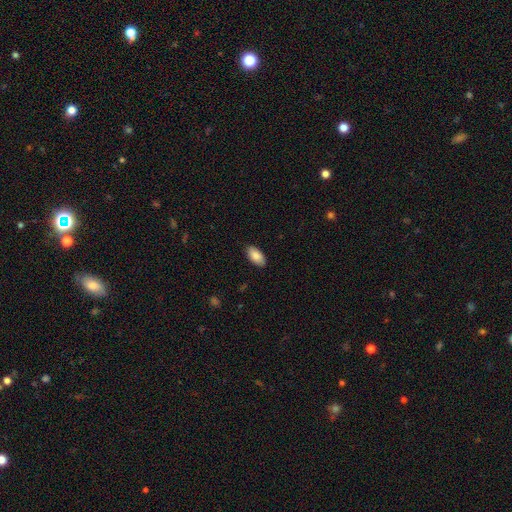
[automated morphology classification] smooth 87%, star or artifact 6%, featured or disk 6%. Down the decision tree: how rounded — in between (94%); merging — none (87%).